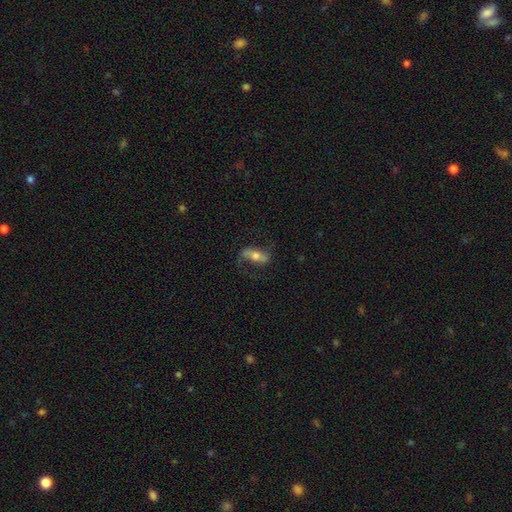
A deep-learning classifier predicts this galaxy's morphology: Smooth or featured?
  - featured or disk: 58% *
  - smooth: 35%
  - star or artifact: 7%
Edge-on disk?
  - no: 75% *
  - yes: 25%
Merging?
  - none: 70% *
  - minor disturbance: 17%
  - major disturbance: 11%
  - merger: 2%